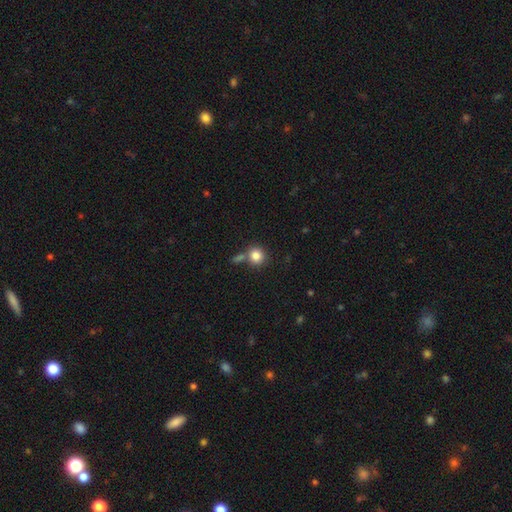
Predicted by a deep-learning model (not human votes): A smooth galaxy with no disk features (83%) that is round (88%).

Vote fractions:
- Smooth or featured? smooth: 83% / star or artifact: 10% / featured or disk: 7%
- How rounded? round: 88% / in between: 11% / cigar-shaped: 1%
- Merging? none: 64% / merger: 22% / minor disturbance: 11% / major disturbance: 4%